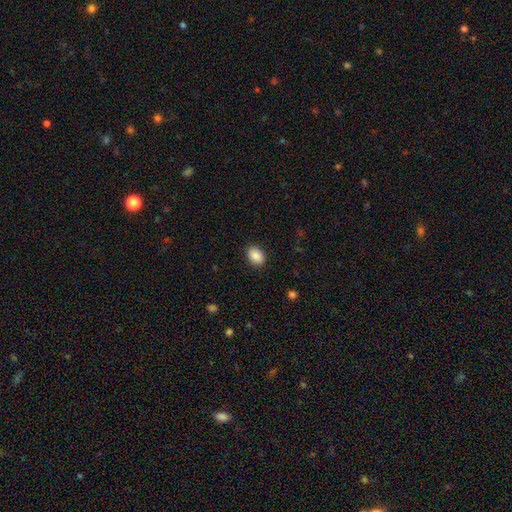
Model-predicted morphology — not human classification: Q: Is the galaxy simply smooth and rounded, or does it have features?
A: smooth — 89%.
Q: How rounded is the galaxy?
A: in between — 72%.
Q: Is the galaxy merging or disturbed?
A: none — 89%.